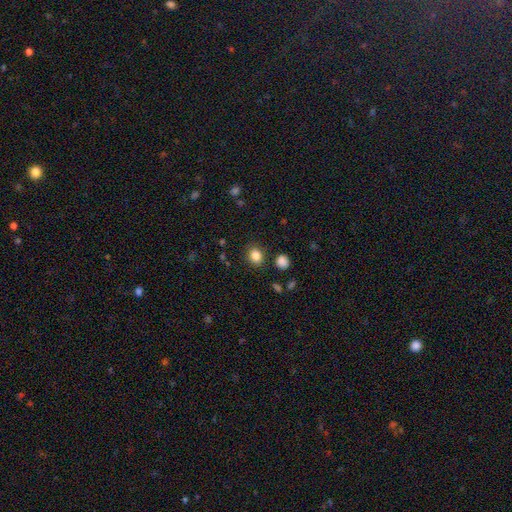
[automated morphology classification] This is clearly a smooth galaxy (84%). How rounded: possibly round (59%). Merging: clearly none (85%).